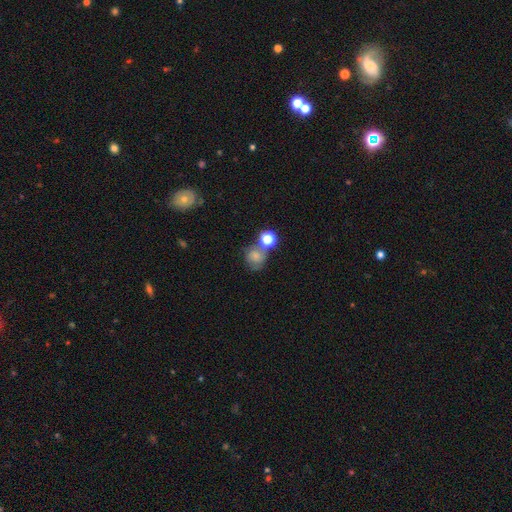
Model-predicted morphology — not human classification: Smooth or featured: smooth — 66% (star or artifact — 18%)
How rounded: round — 75% (in between — 24%)
Merging: none — 46% (merger — 27%)